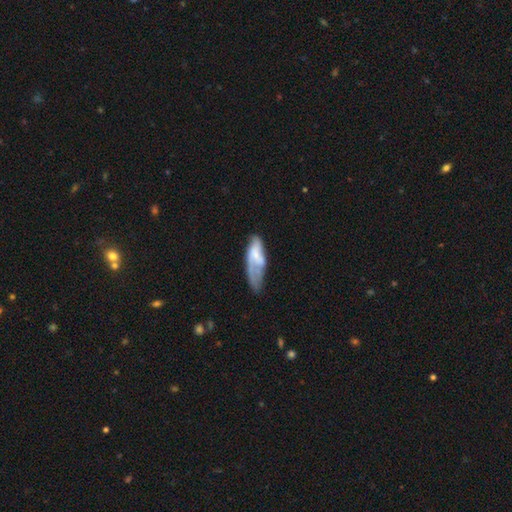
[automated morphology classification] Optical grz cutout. It shows a smooth galaxy with no disk features (50%). Merging: minor disturbance (32%, tied with major disturbance).